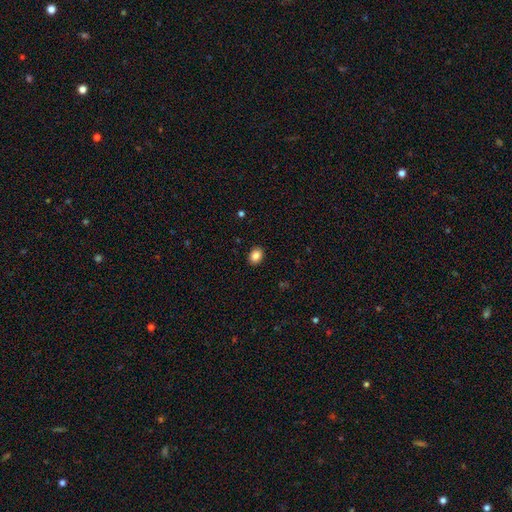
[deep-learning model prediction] Q: Smooth or featured?
A: smooth (86%); runner-up: star or artifact (9%)
Q: How rounded?
A: in between (57%); runner-up: round (42%)
Q: Merging?
A: none (91%); runner-up: minor disturbance (6%)